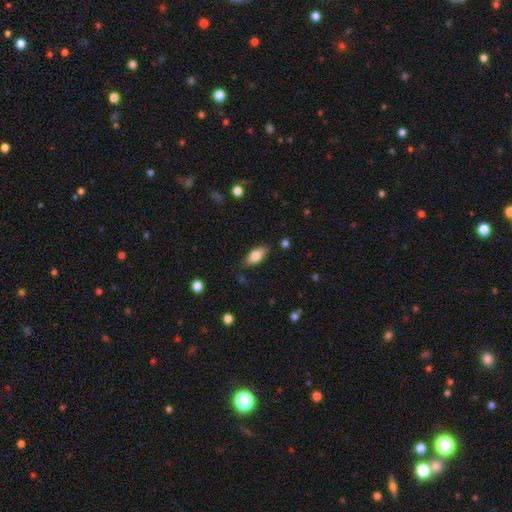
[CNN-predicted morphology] The model was most divided on "smooth or featured": smooth: 80%, featured or disk: 13%, star or artifact: 7%. More confident: how rounded — in between (87%); merging — none (83%).